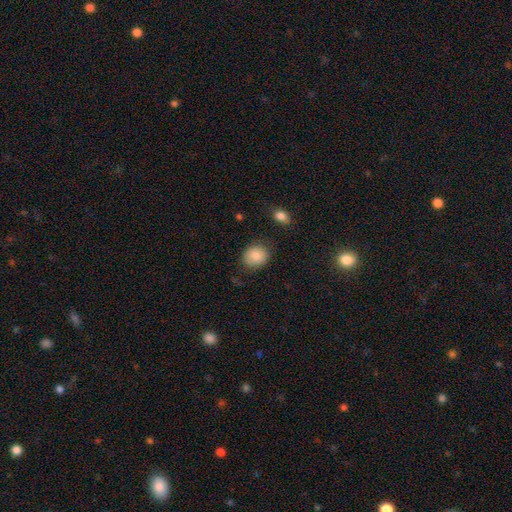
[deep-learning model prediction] smooth-or-featured: smooth: 85% | star or artifact: 8% | featured or disk: 7%
  how-rounded: round: 65% | in between: 34% | cigar-shaped: 1%
  merging: none: 79% | minor disturbance: 15% | major disturbance: 4% | merger: 2%